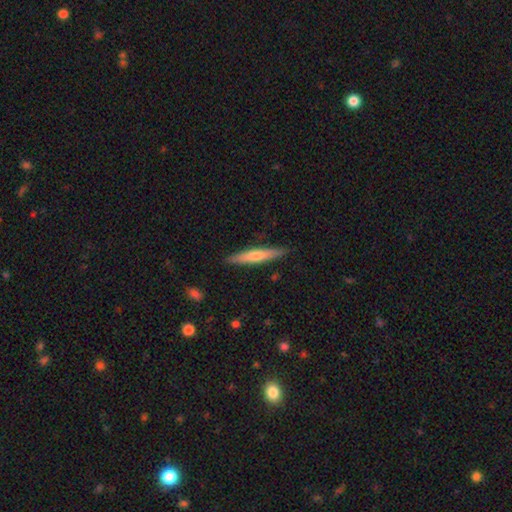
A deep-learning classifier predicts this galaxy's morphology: A smooth galaxy with no disk features (50%) that is cigar-shaped (91%). Merging: none (89%).